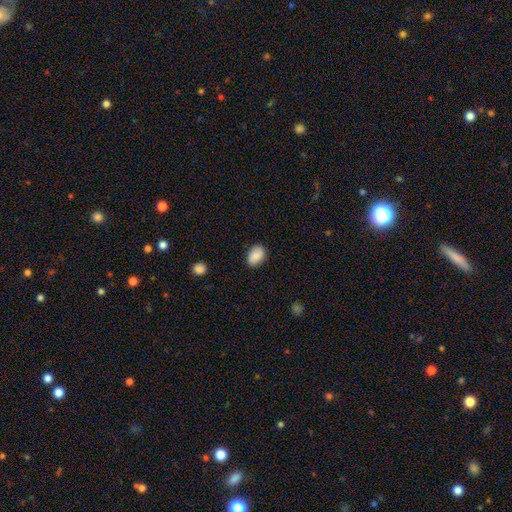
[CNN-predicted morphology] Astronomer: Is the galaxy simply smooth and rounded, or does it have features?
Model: smooth — 88%.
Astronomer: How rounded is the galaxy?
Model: in between — 82%.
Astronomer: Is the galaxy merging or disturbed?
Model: none — 85%.